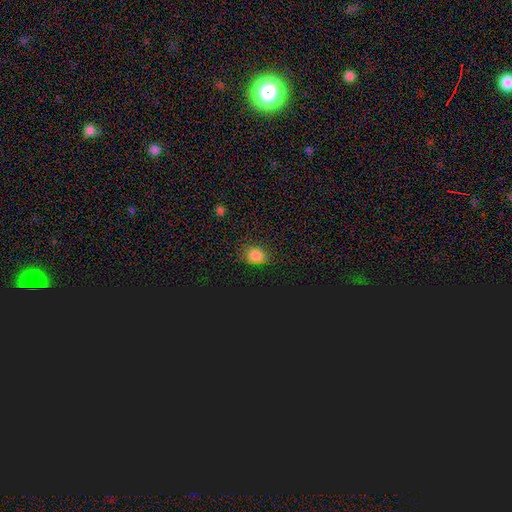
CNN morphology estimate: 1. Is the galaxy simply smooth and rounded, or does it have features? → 72% smooth, 23% star or artifact, 5% featured or disk.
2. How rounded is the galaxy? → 49% in between (tied), 49% round (tied), 2% cigar-shaped.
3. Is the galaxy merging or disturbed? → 73% none, 19% minor disturbance, 6% major disturbance, 2% merger.